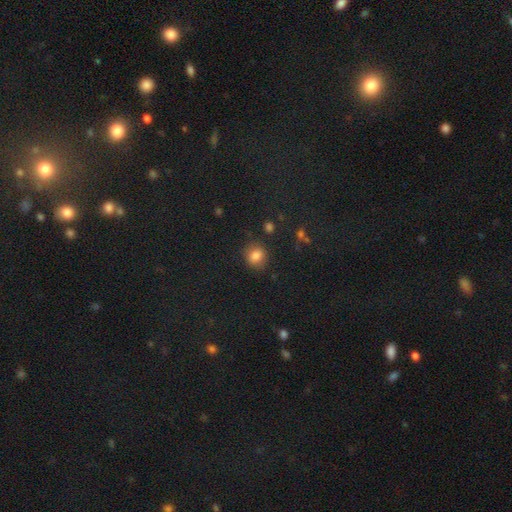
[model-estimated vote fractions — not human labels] A smooth galaxy with no disk features (82%) that is round (76%).

Vote fractions:
- Smooth or featured? smooth: 82% / star or artifact: 12% / featured or disk: 6%
- How rounded? round: 76% / in between: 22% / cigar-shaped: 1%
- Merging? none: 83% / minor disturbance: 11% / major disturbance: 3% / merger: 2%